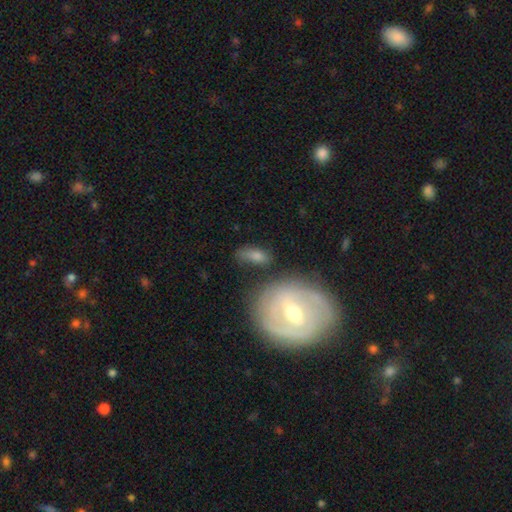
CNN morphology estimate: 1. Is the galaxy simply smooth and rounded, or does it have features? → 72% smooth, 18% featured or disk, 10% star or artifact.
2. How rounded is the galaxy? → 80% in between, 12% cigar-shaped, 7% round.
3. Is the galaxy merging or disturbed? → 60% none, 21% minor disturbance, 9% merger, 9% major disturbance.